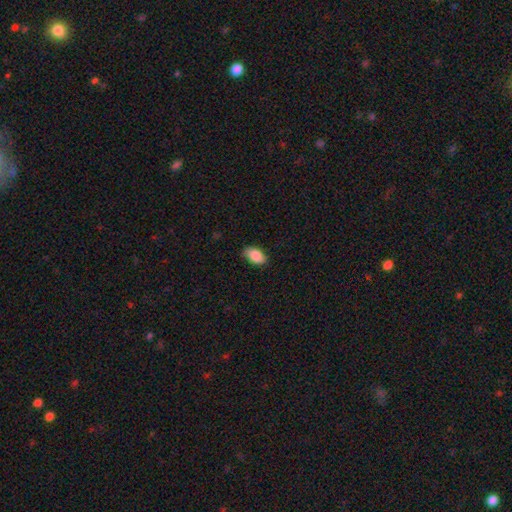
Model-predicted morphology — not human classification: A smooth galaxy with no disk features (88%) that is in between round and cigar-shaped (93%). Merging: none (81%).